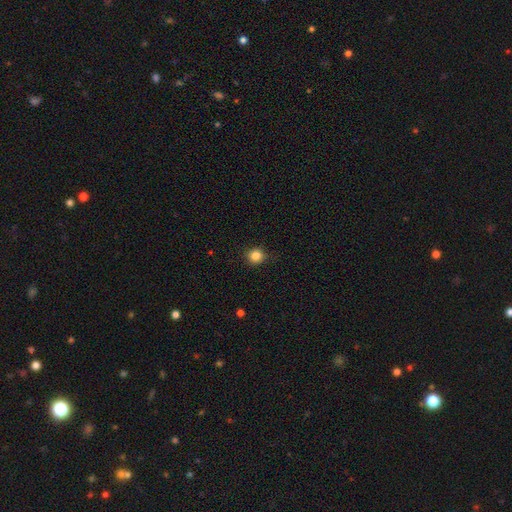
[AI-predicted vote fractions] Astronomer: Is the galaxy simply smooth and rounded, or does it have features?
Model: smooth — 84%.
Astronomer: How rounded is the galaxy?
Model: round — 91%.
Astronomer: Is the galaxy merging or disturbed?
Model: none — 88%.